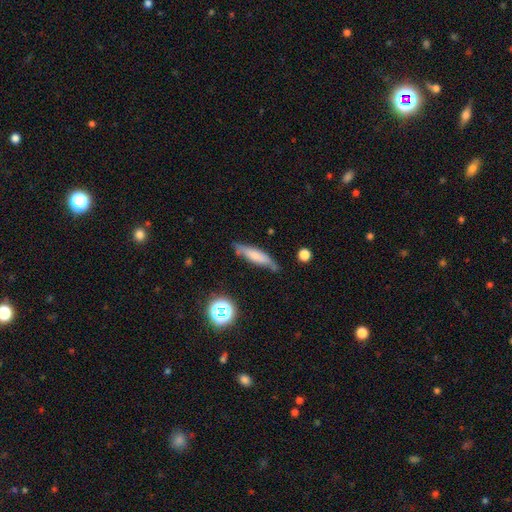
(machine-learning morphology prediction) A smooth galaxy with no disk features (61%) that is cigar-shaped (76%). Merging: none (71%).